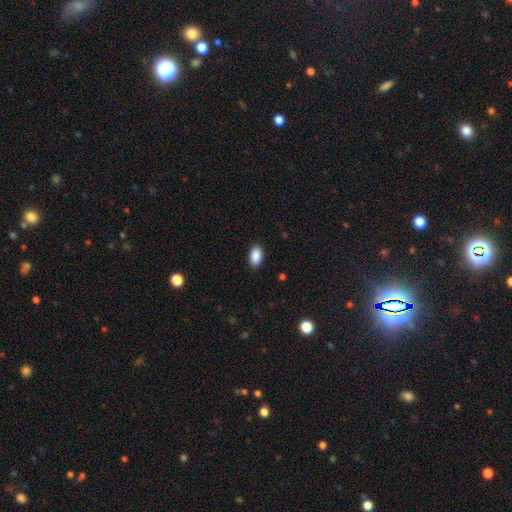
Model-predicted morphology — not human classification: Smooth or featured? Predicted: smooth (p=0.90). How rounded? Predicted: in between (p=0.94). Merging? Predicted: none (p=0.89).